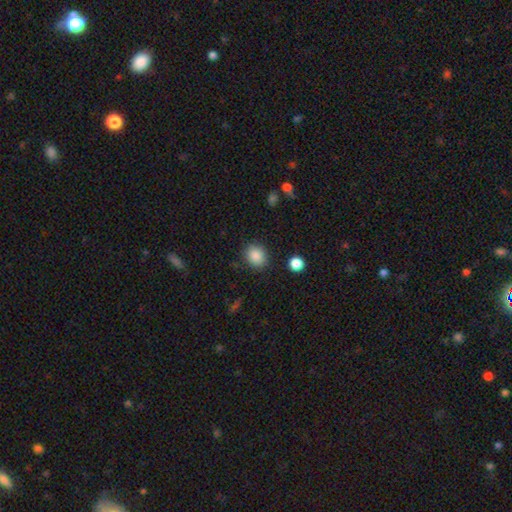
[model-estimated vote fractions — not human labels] This appears to be a smooth galaxy with no disk features (87%) that is round (66%). Merging: none (85%).